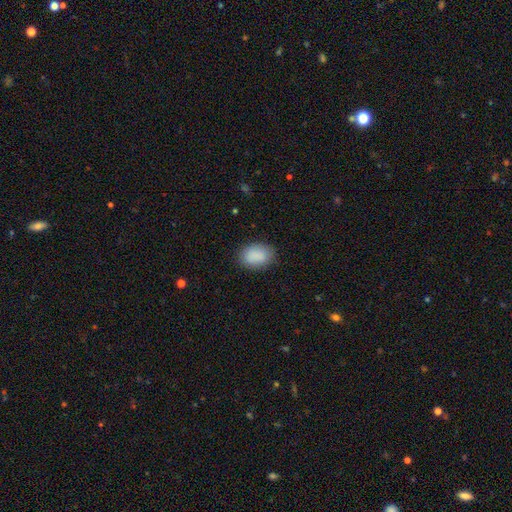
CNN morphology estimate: Q: Smooth or featured?
A: smooth (89%); runner-up: star or artifact (7%)
Q: How rounded?
A: in between (83%); runner-up: round (16%)
Q: Merging?
A: none (84%); runner-up: minor disturbance (12%)